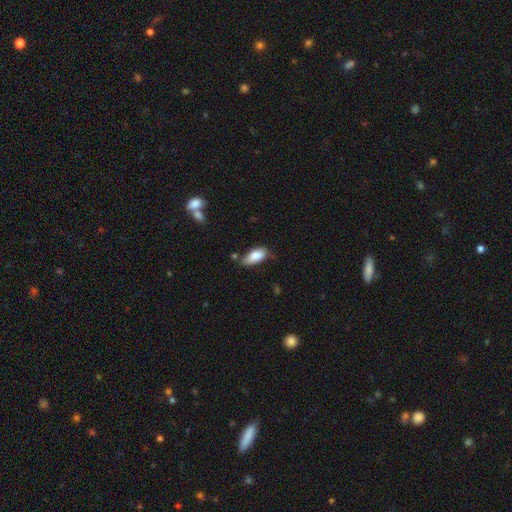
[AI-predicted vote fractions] Q: Smooth or featured?
A: smooth (84%); runner-up: featured or disk (9%)
Q: How rounded?
A: in between (87%); runner-up: cigar-shaped (10%)
Q: Merging?
A: none (53%); runner-up: minor disturbance (33%)